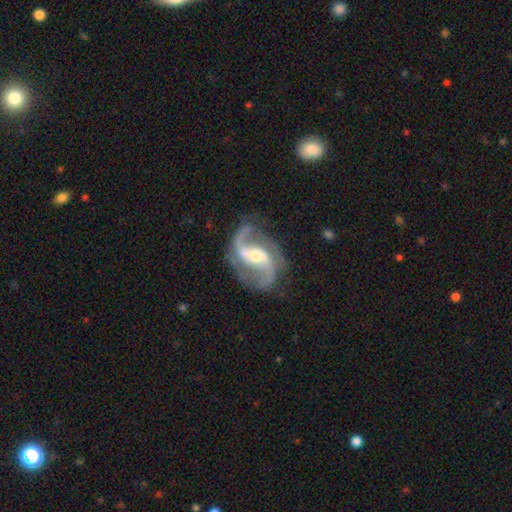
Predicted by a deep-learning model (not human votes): Q: Smooth or featured?
A: featured or disk (92%); runner-up: star or artifact (5%)
Q: Edge-on disk?
A: no (98%); runner-up: yes (2%)
Q: Bar?
A: weak (43%); runner-up: strong (31%)
Q: Spiral arms?
A: yes (98%); runner-up: no (2%)
Q: Spiral winding?
A: medium (49%); runner-up: loose (41%)
Q: Spiral arm count?
A: 2 (92%); runner-up: 3 (2%)
Q: Bulge size?
A: moderate (52%); runner-up: small (42%)
Q: Merging?
A: none (76%); runner-up: minor disturbance (14%)